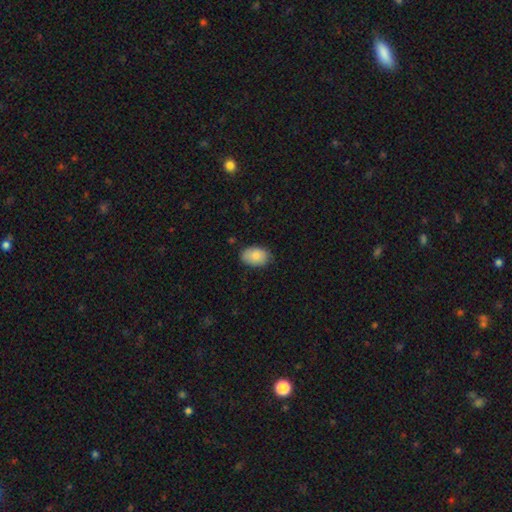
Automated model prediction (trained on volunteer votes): smooth 83%, featured or disk 10%, star or artifact 7%. Down the decision tree: how rounded — in between (87%); merging — none (79%).